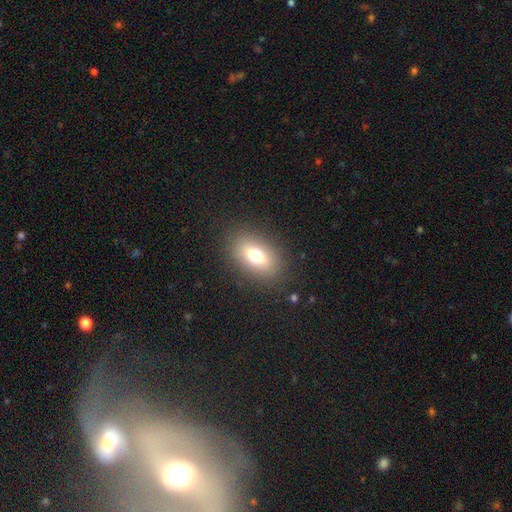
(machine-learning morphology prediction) Overall: smooth (71%). How rounded: in between (83%). Merging: none (85%).